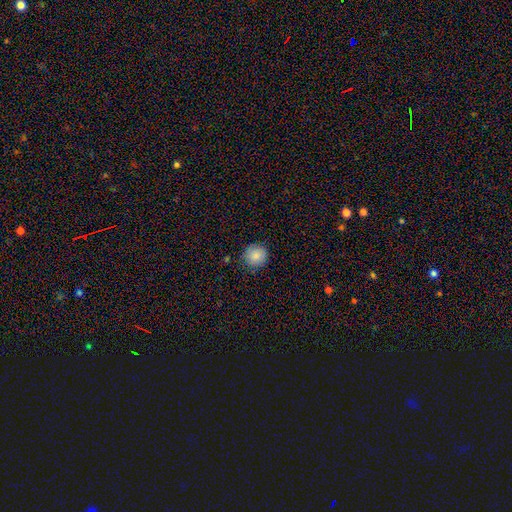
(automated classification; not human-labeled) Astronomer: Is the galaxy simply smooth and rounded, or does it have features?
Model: smooth — 84%.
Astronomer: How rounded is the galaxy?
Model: round — 94%.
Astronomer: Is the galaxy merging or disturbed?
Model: none — 84%.